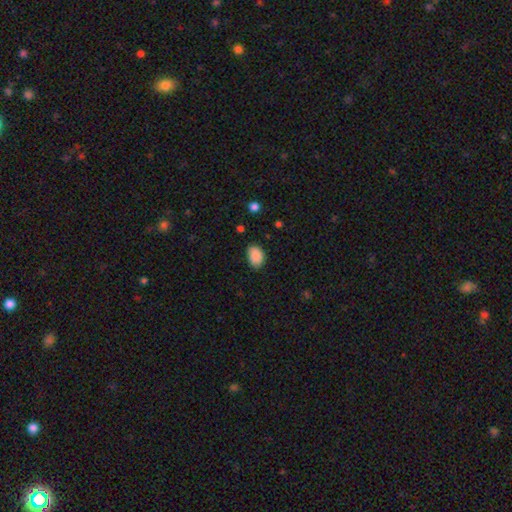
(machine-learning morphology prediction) smooth 89%, star or artifact 8%, featured or disk 4%. Down the decision tree: how rounded — in between (81%); merging — none (77%).